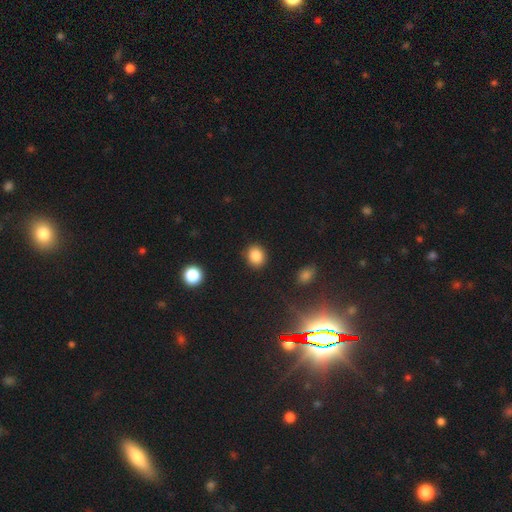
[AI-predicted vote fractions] Smooth or featured: smooth — 85% (star or artifact — 10%)
How rounded: round — 69% (in between — 30%)
Merging: none — 89% (minor disturbance — 7%)